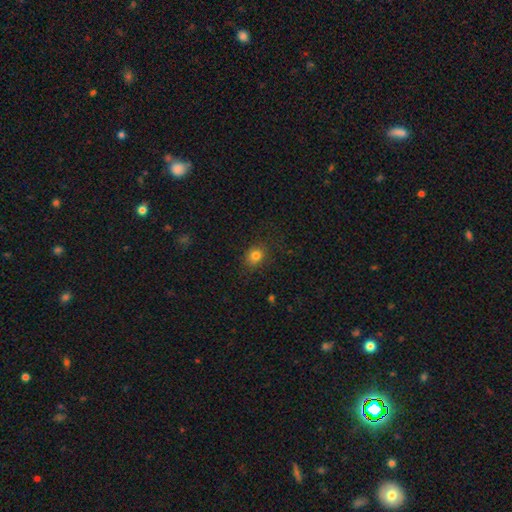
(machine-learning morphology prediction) Smooth or featured? Predicted: smooth (p=0.81). How rounded? Predicted: round (p=0.60). Merging? Predicted: none (p=0.83).